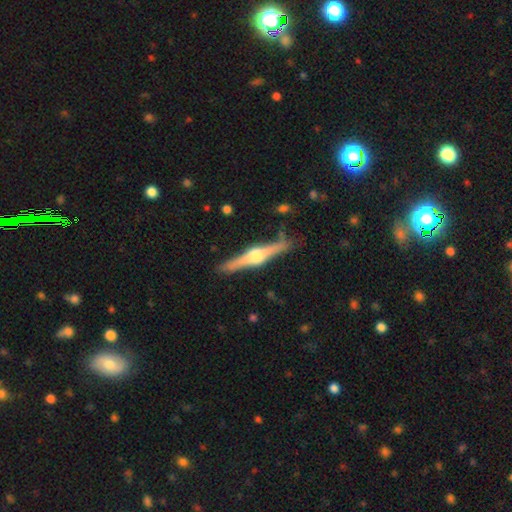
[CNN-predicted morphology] type=featured or disk (80%); edge-on=yes (98%); edge-on bulge=rounded (94%); merging=none (85%).